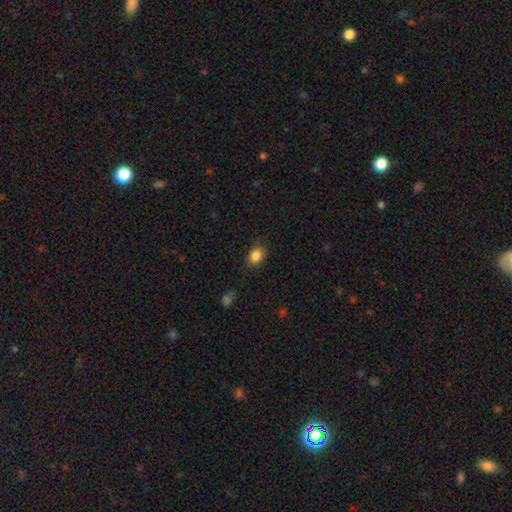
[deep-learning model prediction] A smooth galaxy with no disk features (86%) that is in between round and cigar-shaped (65%).

Vote fractions:
- Smooth or featured? smooth: 86% / star or artifact: 10% / featured or disk: 5%
- How rounded? in between: 65% / round: 34% / cigar-shaped: 1%
- Merging? none: 80% / minor disturbance: 15% / major disturbance: 4% / merger: 1%